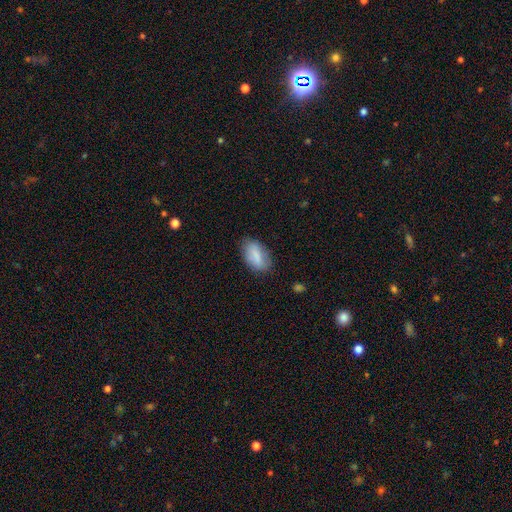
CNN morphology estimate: smooth 81%, featured or disk 12%, star or artifact 7%. Down the decision tree: how rounded — in between (92%); merging — none (74%).